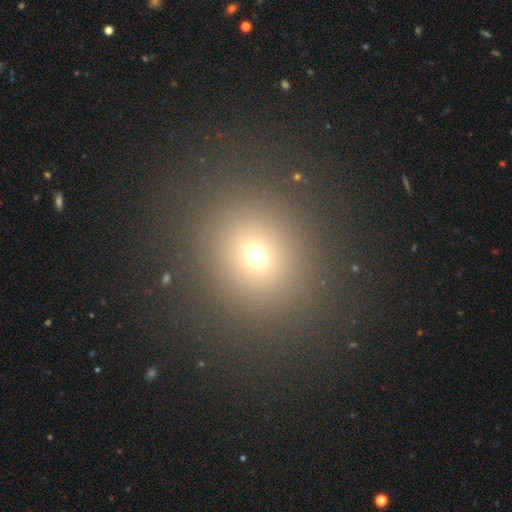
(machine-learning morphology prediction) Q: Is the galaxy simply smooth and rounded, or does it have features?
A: smooth — 67%.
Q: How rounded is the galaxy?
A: round — 81%.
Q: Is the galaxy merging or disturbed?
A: none — 88%.